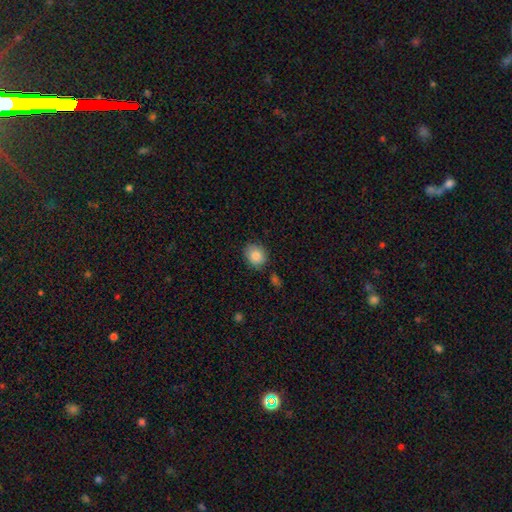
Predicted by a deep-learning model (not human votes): A smooth galaxy with no disk features (85%) that is round (66%). Merging: none (80%).